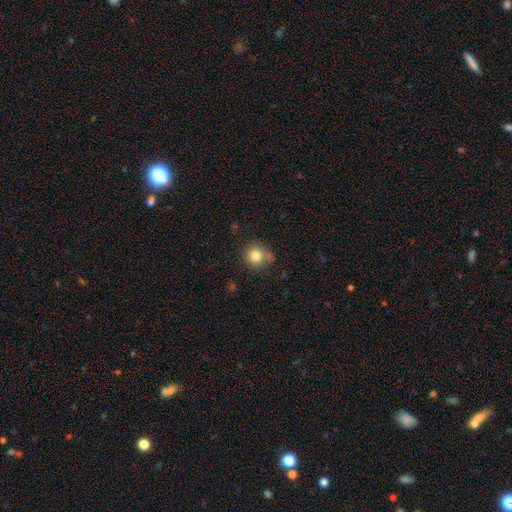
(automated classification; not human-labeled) Smooth or featured? smooth (82%)
How rounded? round (89%)
Merging? none (70%)